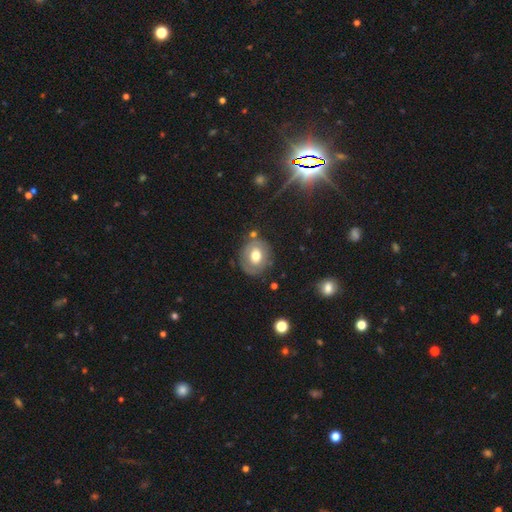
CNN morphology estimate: This is possibly a smooth galaxy (56%). How rounded: likely round (64%). Merging: likely none (75%).